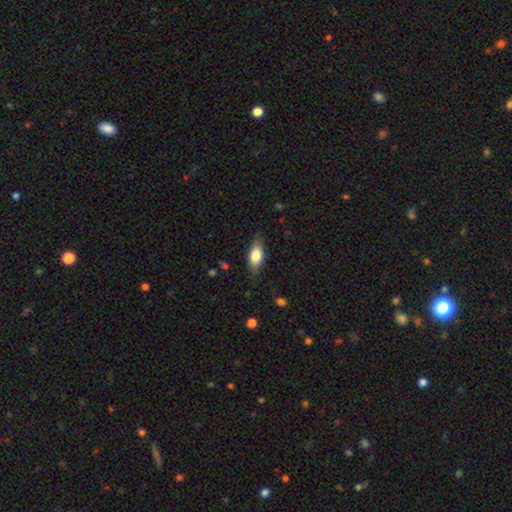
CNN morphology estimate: smooth 77%, featured or disk 17%, star or artifact 7%. Down the decision tree: how rounded — in between (84%); merging — none (81%).